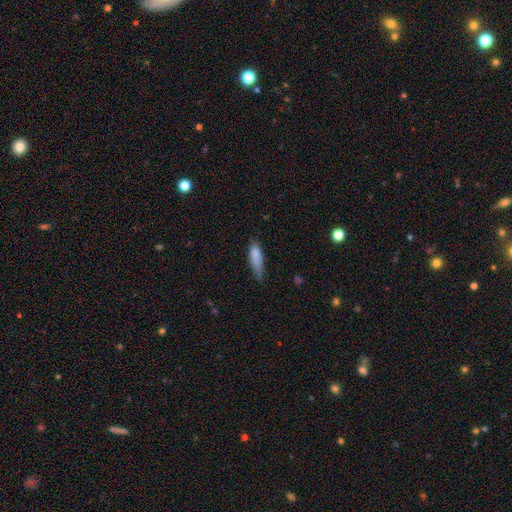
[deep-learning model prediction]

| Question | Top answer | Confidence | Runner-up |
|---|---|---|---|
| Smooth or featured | smooth | 81% | featured or disk (12%) |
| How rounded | cigar-shaped | 51% | in between (47%) |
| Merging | none | 43% | minor disturbance (42%) |